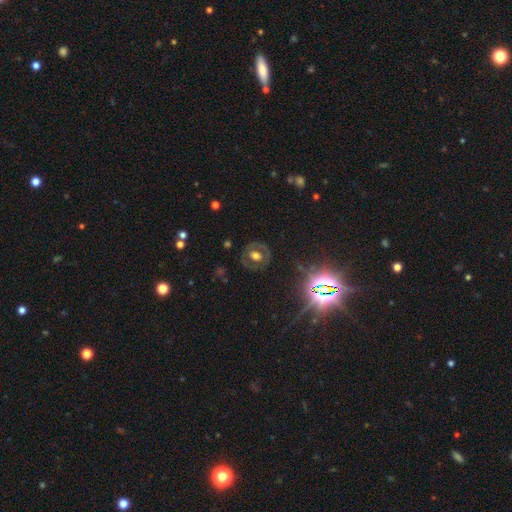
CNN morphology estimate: smooth_or_featured: featured or disk (p=0.50) [alt: smooth p=0.35]
merging: none (p=0.79) [alt: minor disturbance p=0.12]